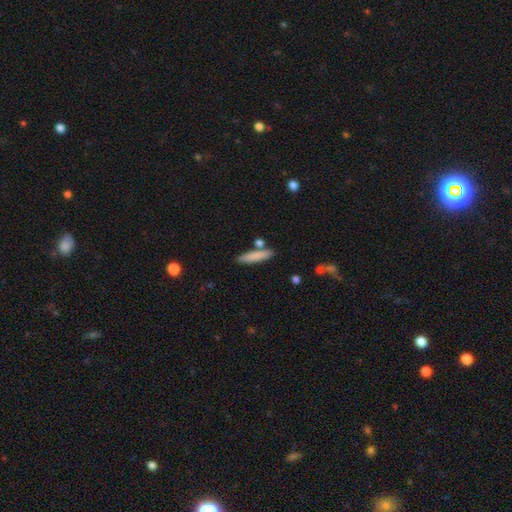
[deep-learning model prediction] This appears to be a smooth galaxy with no disk features (82%) that is cigar-shaped (85%). Merging: none (80%).